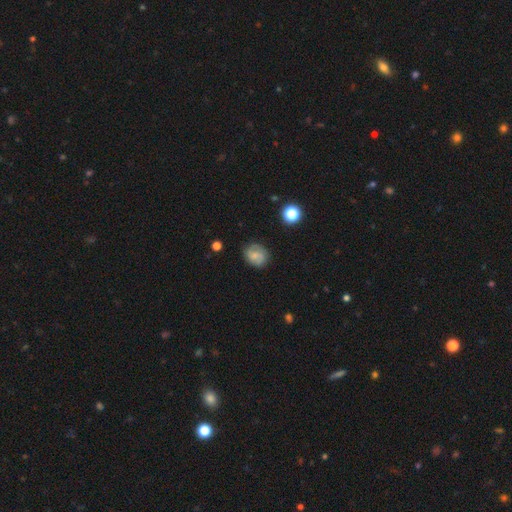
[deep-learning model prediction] smooth_or_featured: smooth (p=0.51) [alt: featured or disk p=0.39]
how_rounded: round (p=0.61) [alt: in between p=0.38]
merging: none (p=0.76) [alt: minor disturbance p=0.17]